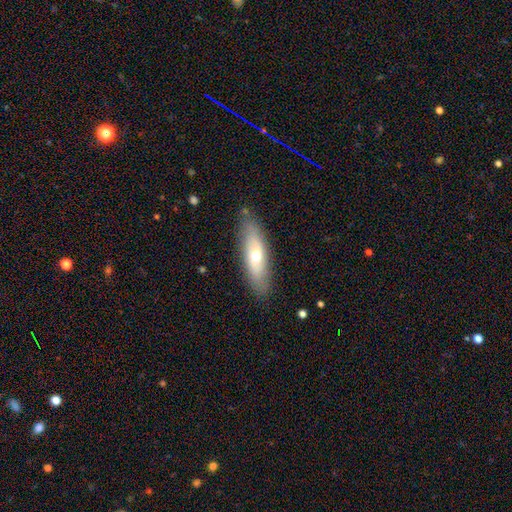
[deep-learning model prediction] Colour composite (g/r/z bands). It shows a smooth galaxy with no disk features (55%) that is cigar-shaped (54%). Merging: none (83%).